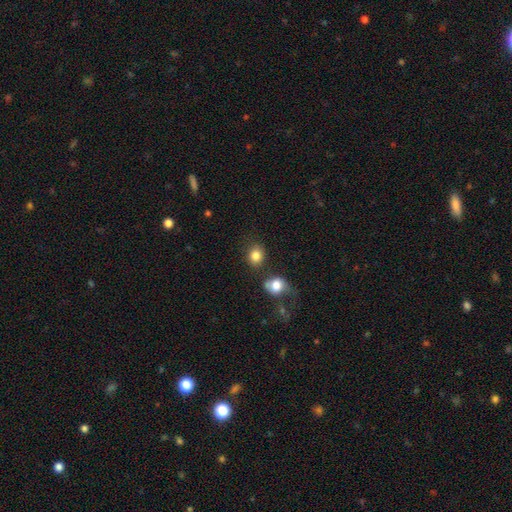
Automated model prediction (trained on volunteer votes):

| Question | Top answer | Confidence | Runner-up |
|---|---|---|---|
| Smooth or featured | smooth | 84% | star or artifact (10%) |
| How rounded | round | 66% | in between (33%) |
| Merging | none | 71% | merger (13%) |